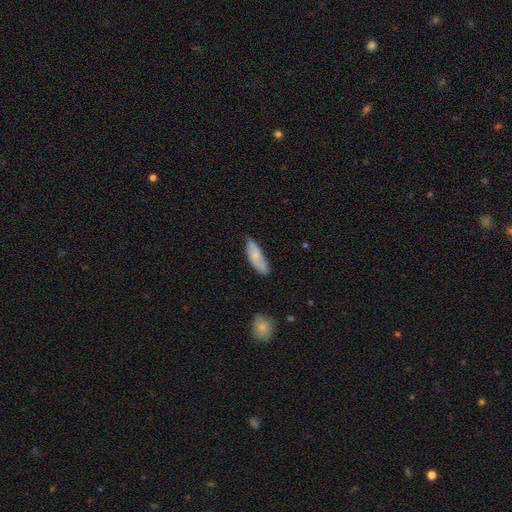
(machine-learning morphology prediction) A smooth galaxy with no disk features (62%) that is in between round and cigar-shaped (61%).

Vote fractions:
- Smooth or featured? smooth: 62% / featured or disk: 32% / star or artifact: 7%
- How rounded? in between: 61% / cigar-shaped: 36% / round: 2%
- Merging? none: 64% / minor disturbance: 28% / major disturbance: 6% / merger: 2%